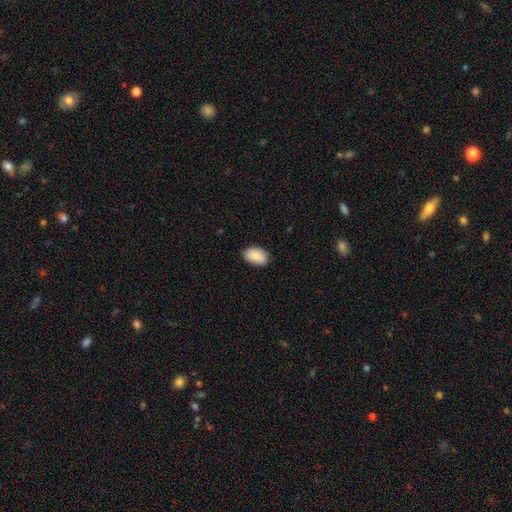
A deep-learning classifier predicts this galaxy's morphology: smooth_or_featured: smooth (p=0.87) [alt: featured or disk p=0.07]
how_rounded: in between (p=0.89) [alt: round p=0.10]
merging: none (p=0.80) [alt: minor disturbance p=0.16]